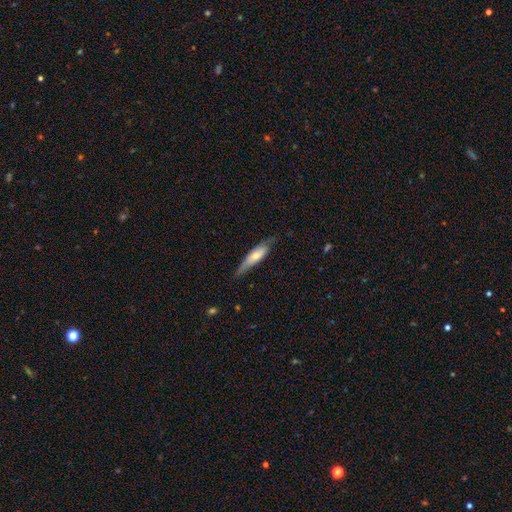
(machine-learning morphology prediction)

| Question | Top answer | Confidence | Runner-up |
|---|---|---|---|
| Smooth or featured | smooth | 53% | featured or disk (41%) |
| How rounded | cigar-shaped | 66% | in between (32%) |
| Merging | none | 64% | minor disturbance (27%) |